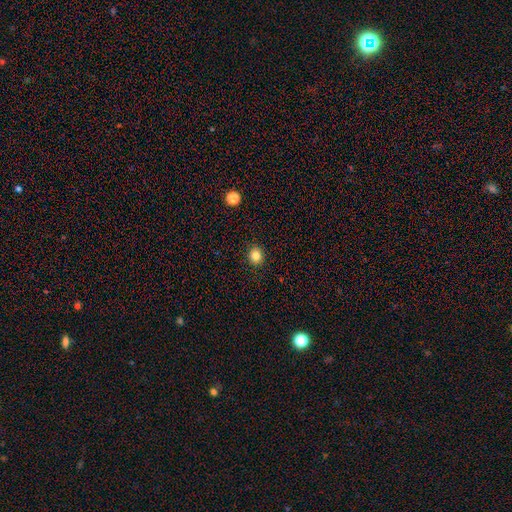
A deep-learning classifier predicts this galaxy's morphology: Smooth or featured?
  - smooth: 83% *
  - star or artifact: 12%
  - featured or disk: 5%
How rounded?
  - round: 81% *
  - in between: 18%
  - cigar-shaped: 1%
Merging?
  - none: 91% *
  - minor disturbance: 6%
  - major disturbance: 2%
  - merger: 1%